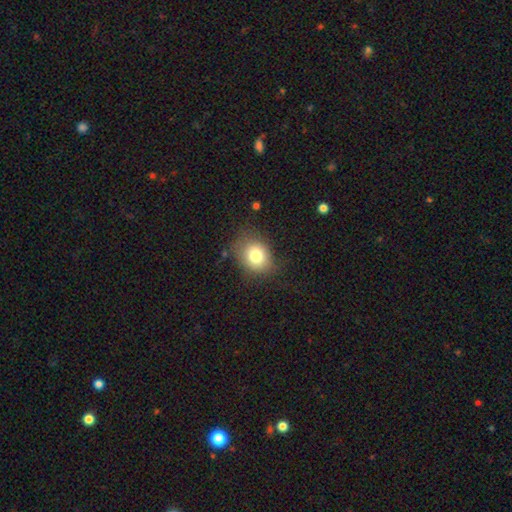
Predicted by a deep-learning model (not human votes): Q: Smooth or featured?
A: smooth (77%); runner-up: featured or disk (11%)
Q: How rounded?
A: round (59%); runner-up: in between (41%)
Q: Merging?
A: none (73%); runner-up: minor disturbance (19%)